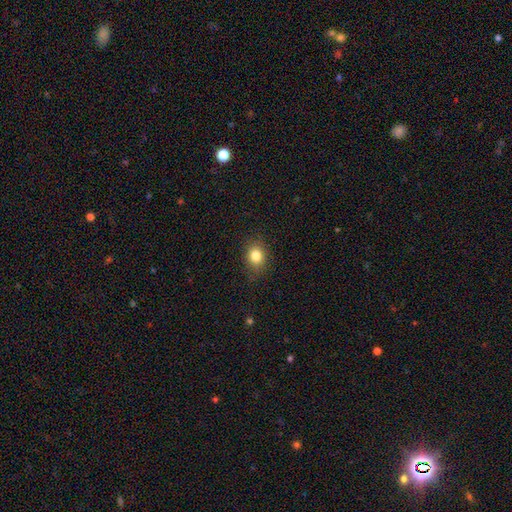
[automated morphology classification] smooth_or_featured: smooth (p=0.82) [alt: star or artifact p=0.11]
how_rounded: round (p=0.56) [alt: in between p=0.43]
merging: none (p=0.84) [alt: minor disturbance p=0.12]